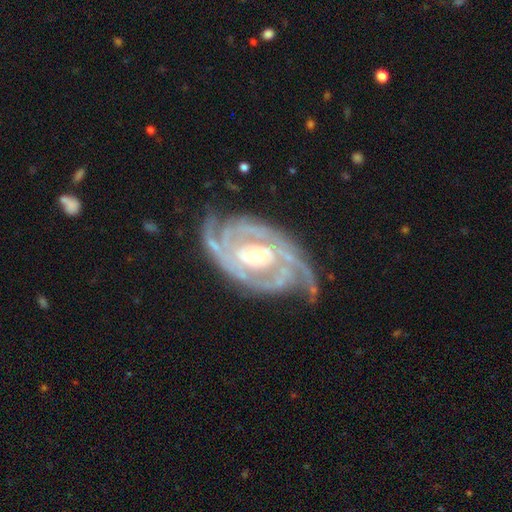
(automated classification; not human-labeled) smooth_or_featured: featured or disk (p=0.93) [alt: star or artifact p=0.04]
disk_edge_on: no (p=0.97) [alt: yes p=0.03]
bar: no (p=0.42) [alt: weak p=0.36]
has_spiral_arms: yes (p=0.98) [alt: no p=0.02]
spiral_winding: tight (p=0.69) [alt: medium p=0.27]
spiral_arm_count: 3 (p=0.37) [alt: 2 p=0.21]
bulge_size: moderate (p=0.57) [alt: small p=0.38]
merging: none (p=0.71) [alt: minor disturbance p=0.20]